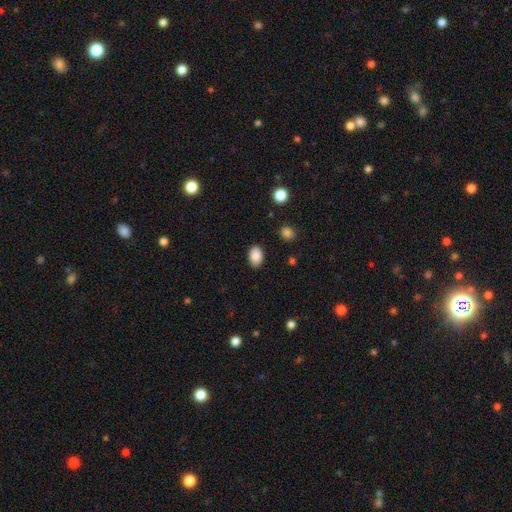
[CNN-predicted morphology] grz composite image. It shows a smooth galaxy with no disk features (87%) that is in between round and cigar-shaped (85%). Merging: none (87%).